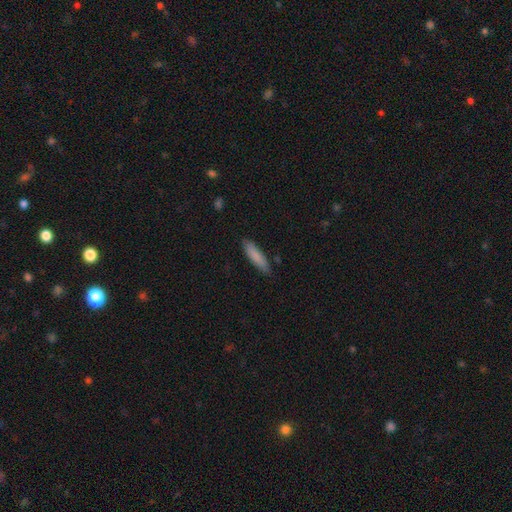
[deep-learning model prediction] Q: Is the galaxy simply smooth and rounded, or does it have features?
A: smooth — 85%.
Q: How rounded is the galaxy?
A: cigar-shaped — 73%.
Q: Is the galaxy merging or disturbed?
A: none — 82%.